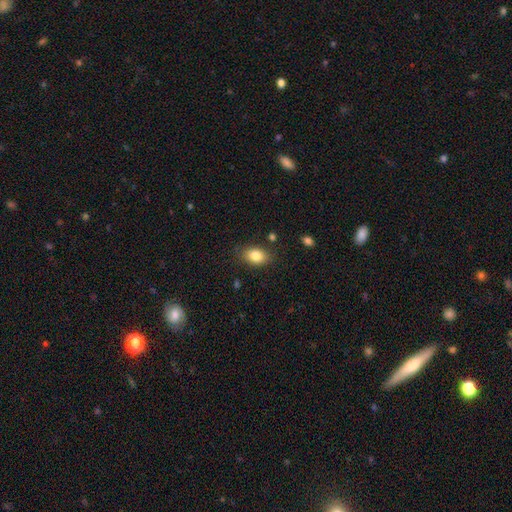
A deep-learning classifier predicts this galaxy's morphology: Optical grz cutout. It shows a smooth galaxy with no disk features (84%) that is in between round and cigar-shaped (80%). Merging: none (82%).